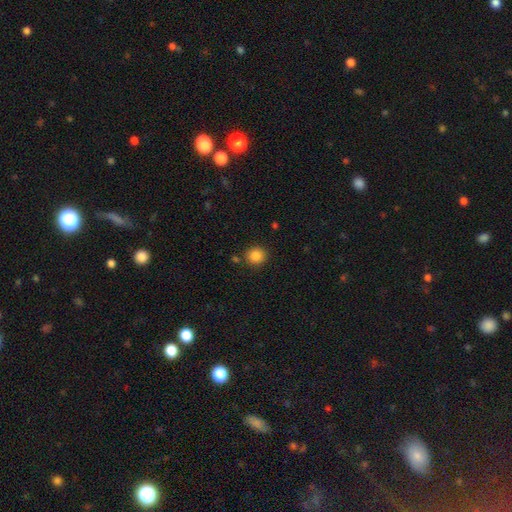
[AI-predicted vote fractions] This is clearly a smooth galaxy (86%). How rounded: clearly round (89%). Merging: clearly none (86%).